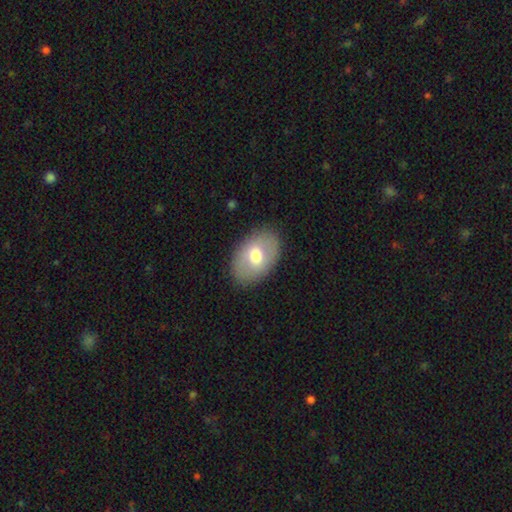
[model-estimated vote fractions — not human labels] A smooth galaxy with no disk features (67%) that is in between round and cigar-shaped (84%).

Vote fractions:
- Smooth or featured? smooth: 67% / featured or disk: 27% / star or artifact: 7%
- How rounded? in between: 84% / round: 15% / cigar-shaped: 1%
- Merging? none: 85% / minor disturbance: 10% / major disturbance: 3% / merger: 1%